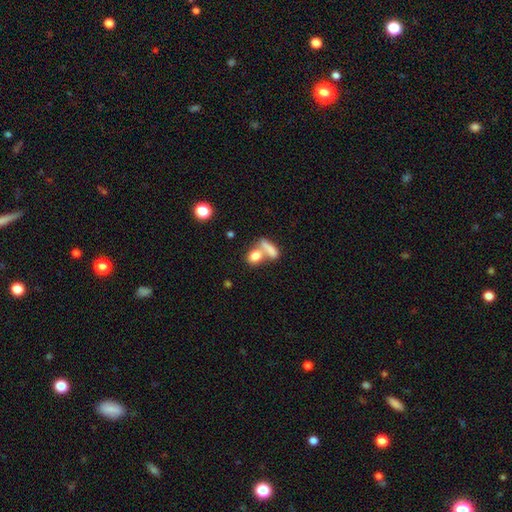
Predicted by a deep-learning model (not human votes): Smooth or featured? smooth (79%)
How rounded? in between (51%)
Merging? merger (49%)